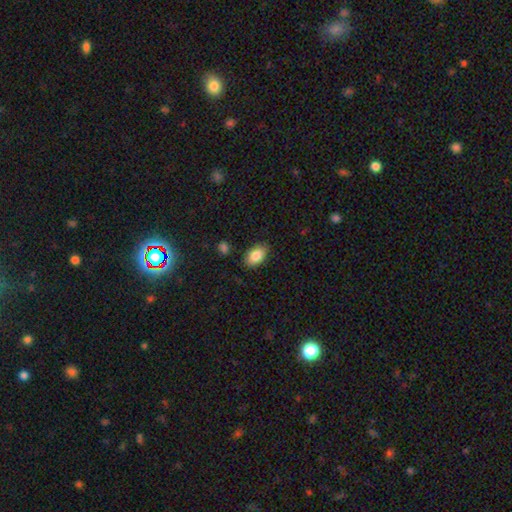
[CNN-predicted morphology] Q: Smooth or featured?
A: smooth (85%); runner-up: featured or disk (8%)
Q: How rounded?
A: in between (91%); runner-up: round (8%)
Q: Merging?
A: none (85%); runner-up: minor disturbance (11%)